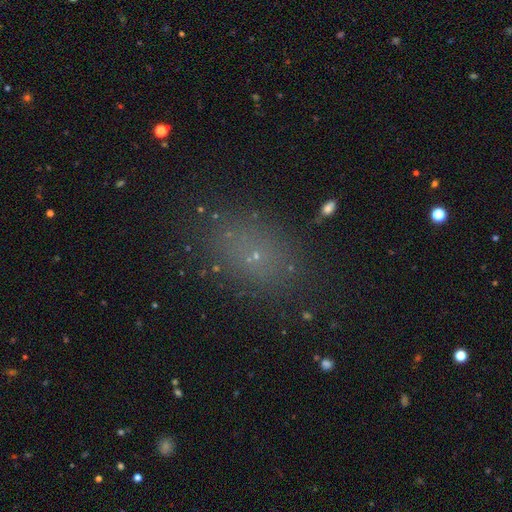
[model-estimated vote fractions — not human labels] smooth-or-featured: smooth: 61% | star or artifact: 27% | featured or disk: 11%
  how-rounded: in between: 75% | round: 22% | cigar-shaped: 2%
  merging: none: 82% | minor disturbance: 12% | major disturbance: 5% | merger: 2%